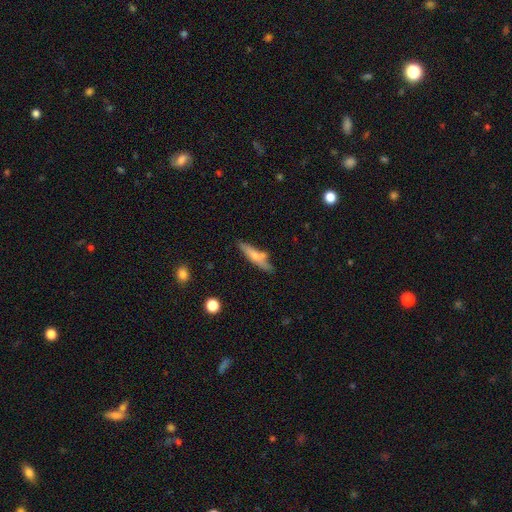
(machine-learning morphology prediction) smooth-or-featured: smooth: 61% | featured or disk: 32% | star or artifact: 7%
  how-rounded: cigar-shaped: 79% | in between: 19% | round: 2%
  merging: none: 62% | minor disturbance: 21% | merger: 12% | major disturbance: 6%